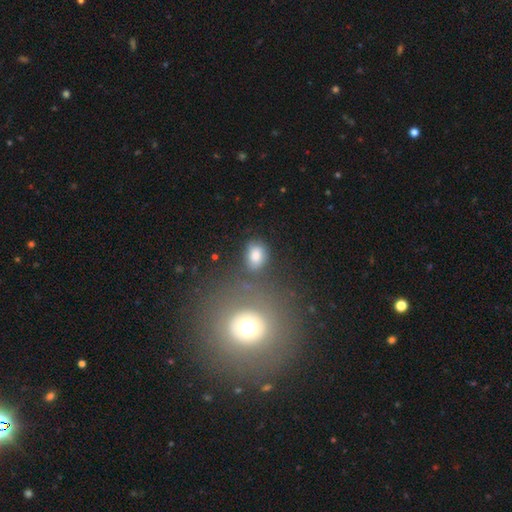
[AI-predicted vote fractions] Q: Smooth or featured?
A: smooth (78%); runner-up: featured or disk (11%)
Q: How rounded?
A: in between (67%); runner-up: round (31%)
Q: Merging?
A: none (64%); runner-up: minor disturbance (19%)